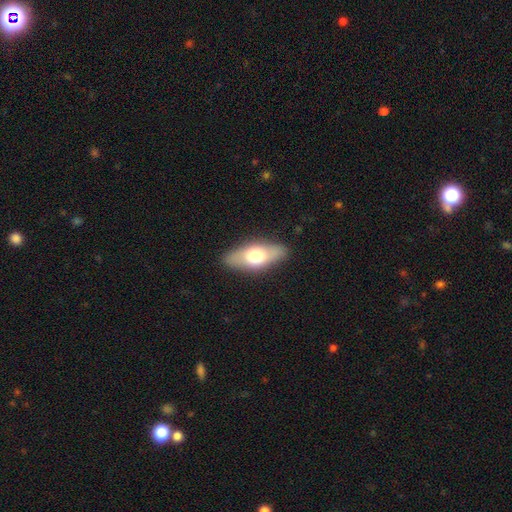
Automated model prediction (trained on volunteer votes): Morphology: type=smooth (62%); roundness=in between (76%); merging=none (85%).